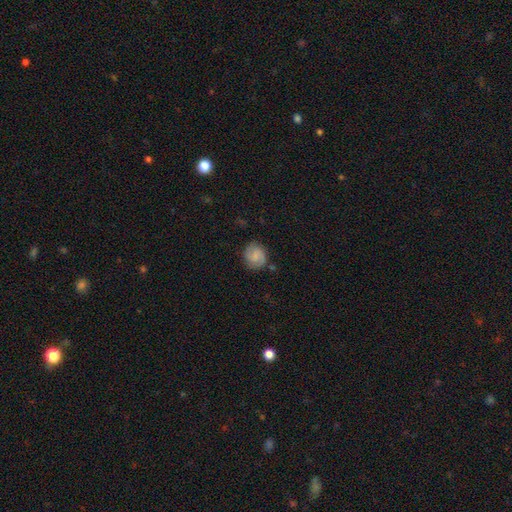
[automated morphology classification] This is possibly a smooth galaxy (48%). Merging: likely none (79%).